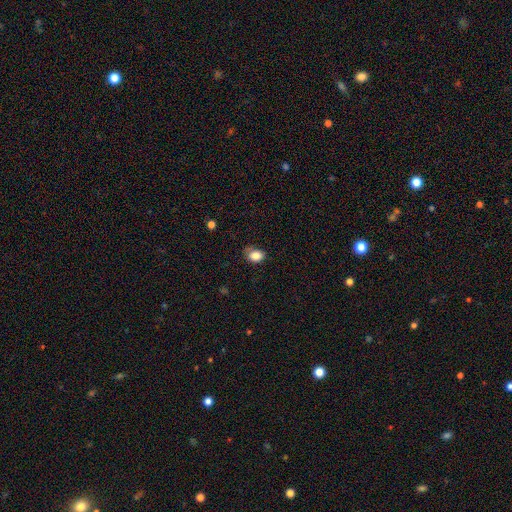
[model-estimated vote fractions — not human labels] This is clearly a smooth galaxy (84%). How rounded: likely in between (67%). Merging: likely none (63%).